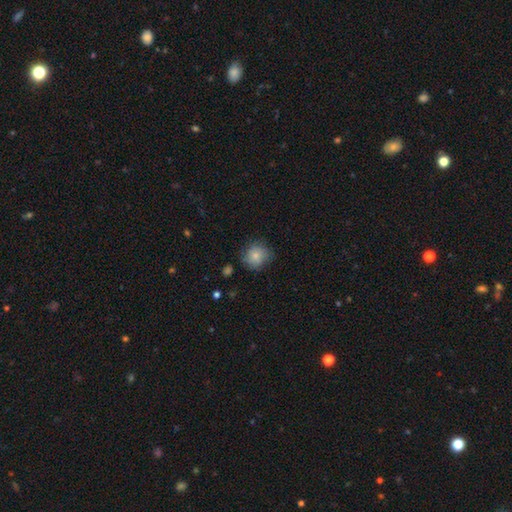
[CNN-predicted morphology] This is likely a smooth galaxy (76%). How rounded: clearly round (86%). Merging: likely none (72%).